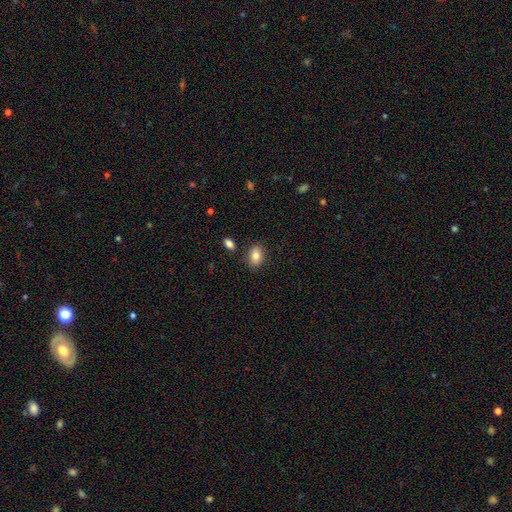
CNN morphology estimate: smooth_or_featured: smooth (p=0.83) [alt: featured or disk p=0.09]
how_rounded: in between (p=0.75) [alt: round p=0.24]
merging: none (p=0.83) [alt: minor disturbance p=0.10]